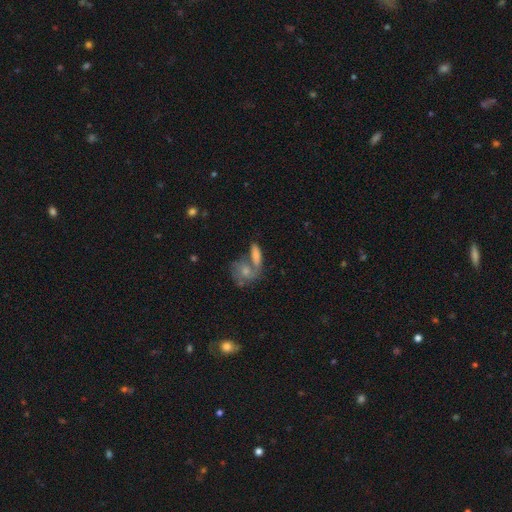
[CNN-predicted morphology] This is possibly a smooth galaxy (54%). How rounded: possibly in between (55%). Merging: marginally merger (44%).